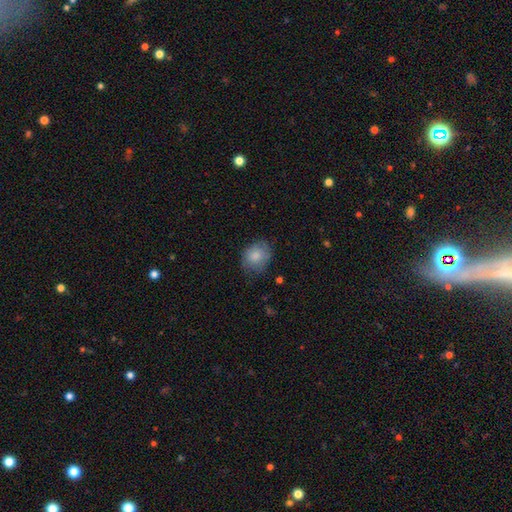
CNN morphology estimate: smooth_or_featured: smooth (p=0.82) [alt: featured or disk p=0.10]
how_rounded: round (p=0.53) [alt: in between p=0.46]
merging: none (p=0.68) [alt: minor disturbance p=0.24]